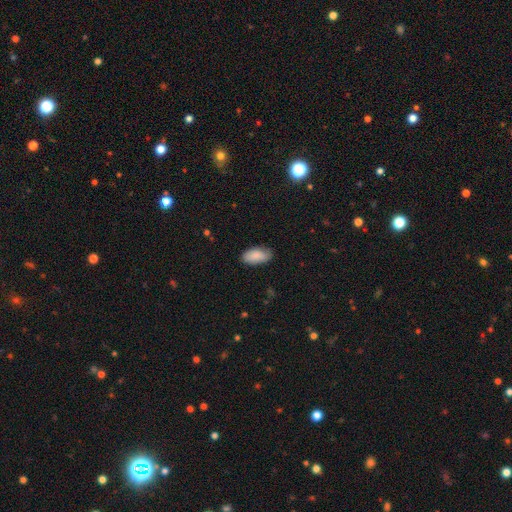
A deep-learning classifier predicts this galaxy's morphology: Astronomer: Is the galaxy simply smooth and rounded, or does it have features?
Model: smooth — 88%.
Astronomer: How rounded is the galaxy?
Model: in between — 93%.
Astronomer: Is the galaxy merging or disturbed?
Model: none — 82%.